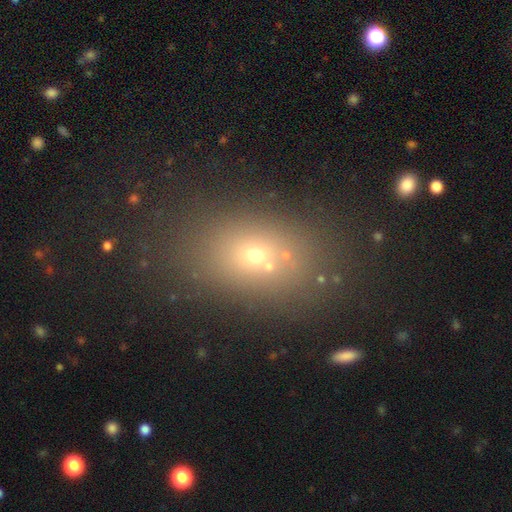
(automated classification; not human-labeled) Morphology: type=smooth (63%); roundness=in between (72%); merging=none (70%).